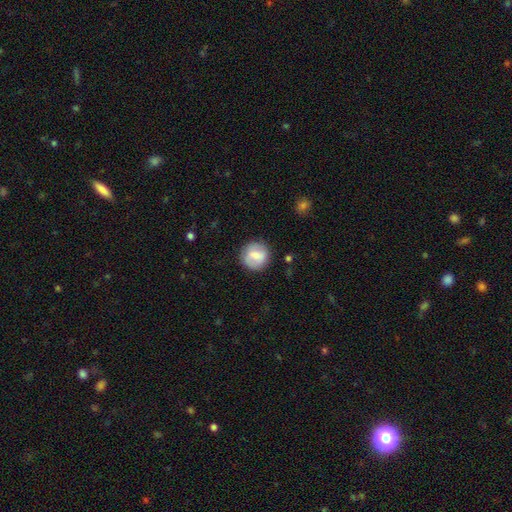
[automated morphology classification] smooth_or_featured: smooth (p=0.70) [alt: featured or disk p=0.23]
how_rounded: round (p=0.91) [alt: in between p=0.08]
merging: none (p=0.84) [alt: minor disturbance p=0.11]